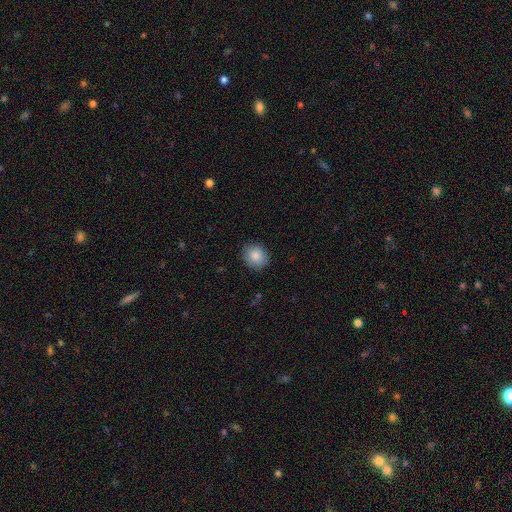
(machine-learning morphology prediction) Smooth or featured? Predicted: smooth (p=0.87). How rounded? Predicted: round (p=0.74). Merging? Predicted: none (p=0.87).